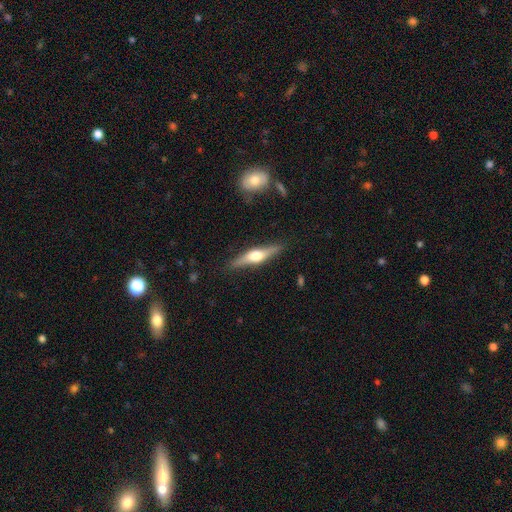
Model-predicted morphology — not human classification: The model was most divided on "smooth or featured": featured or disk: 66%, smooth: 29%, star or artifact: 5%. More confident: edge-on disk — yes (96%); edge-on bulge — rounded (94%); merging — none (88%).